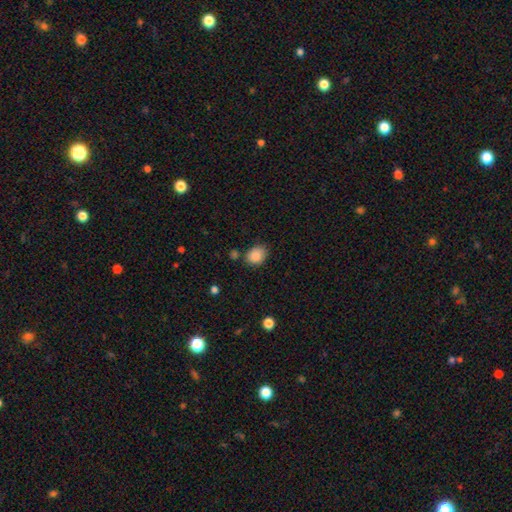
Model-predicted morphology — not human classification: smooth 87%, star or artifact 9%, featured or disk 4%. Down the decision tree: how rounded — in between (53%); merging — none (74%).